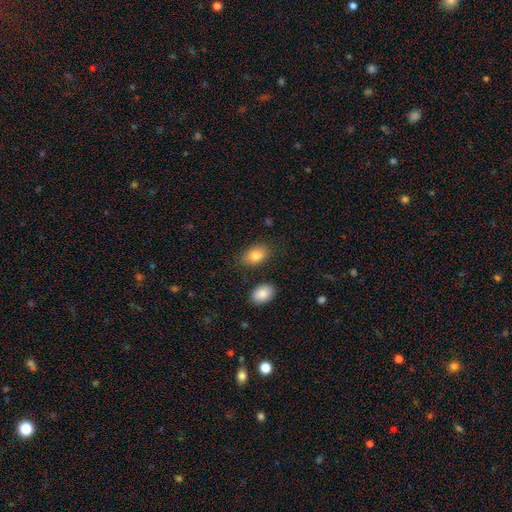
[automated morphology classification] Q: Smooth or featured?
A: smooth (84%); runner-up: featured or disk (9%)
Q: How rounded?
A: in between (88%); runner-up: round (11%)
Q: Merging?
A: none (78%); runner-up: minor disturbance (14%)